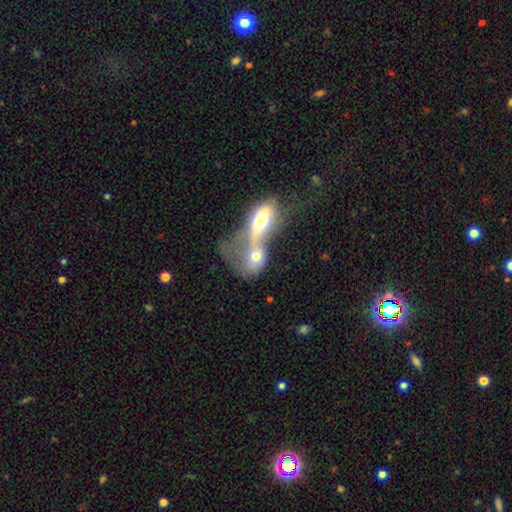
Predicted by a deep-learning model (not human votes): A smooth galaxy with no disk features (56%) that is in between round and cigar-shaped (69%).

Vote fractions:
- Smooth or featured? smooth: 56% / featured or disk: 35% / star or artifact: 9%
- How rounded? in between: 69% / round: 24% / cigar-shaped: 7%
- Merging? merger: 82% / major disturbance: 9% / none: 6% / minor disturbance: 3%